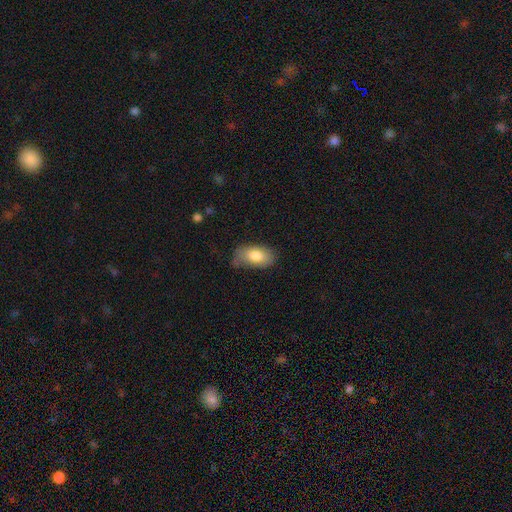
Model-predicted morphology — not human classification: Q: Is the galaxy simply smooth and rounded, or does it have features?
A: smooth — 80%.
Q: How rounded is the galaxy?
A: in between — 93%.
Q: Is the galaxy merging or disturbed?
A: none — 59%.